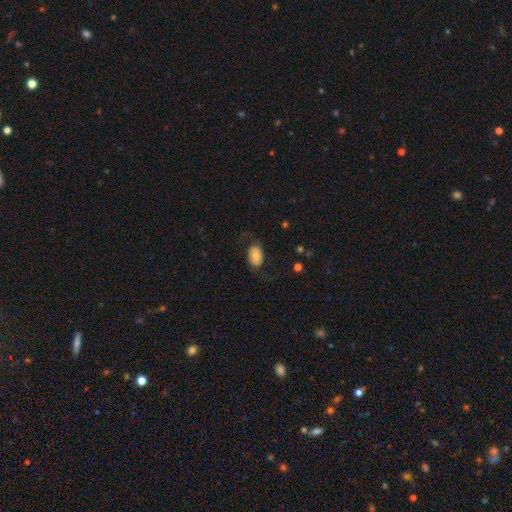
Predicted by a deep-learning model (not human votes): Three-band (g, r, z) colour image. It shows a smooth galaxy with no disk features (69%) that is in between round and cigar-shaped (89%). Merging: none (67%).